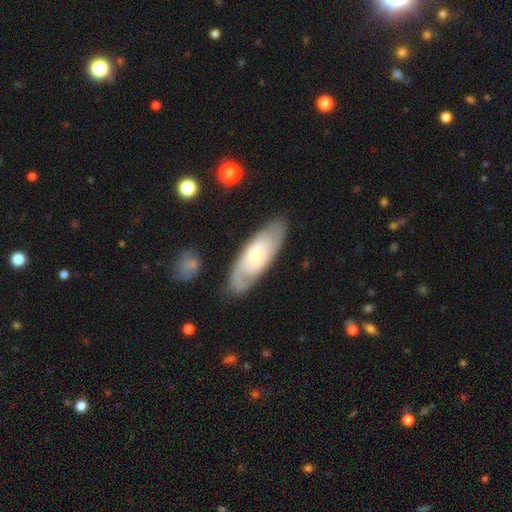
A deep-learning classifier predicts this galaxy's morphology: smooth_or_featured: featured or disk (p=0.62) [alt: smooth p=0.33]
disk_edge_on: no (p=0.85) [alt: yes p=0.15]
bar: no (p=0.68) [alt: weak p=0.27]
has_spiral_arms: yes (p=0.81) [alt: no p=0.19]
bulge_size: small (p=0.62) [alt: moderate p=0.32]
merging: none (p=0.79) [alt: minor disturbance p=0.15]